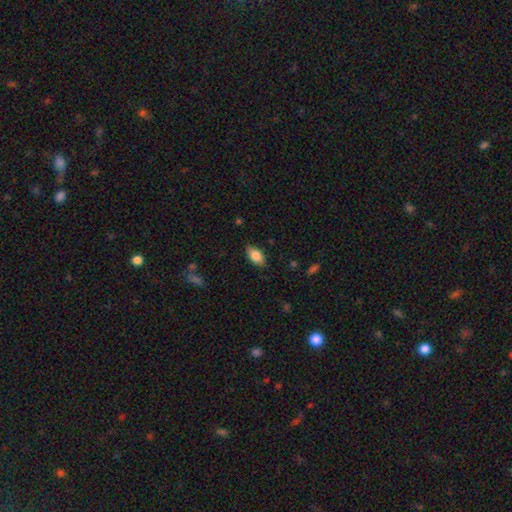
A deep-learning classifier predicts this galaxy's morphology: This is clearly a smooth galaxy (84%). How rounded: clearly in between (91%). Merging: clearly none (84%).